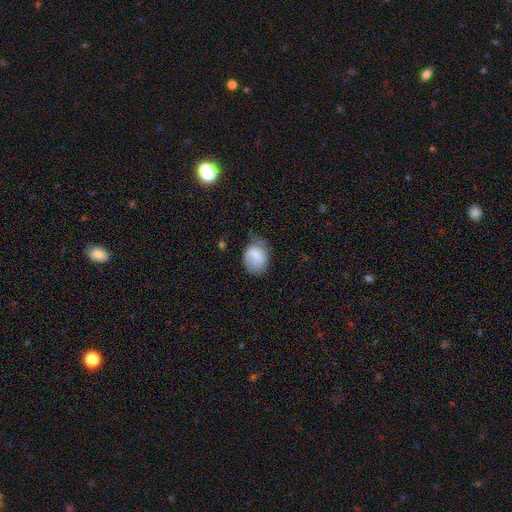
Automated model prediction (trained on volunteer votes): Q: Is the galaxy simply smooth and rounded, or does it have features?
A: smooth — 74%.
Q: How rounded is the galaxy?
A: in between — 66%.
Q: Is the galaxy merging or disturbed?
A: none — 55%.